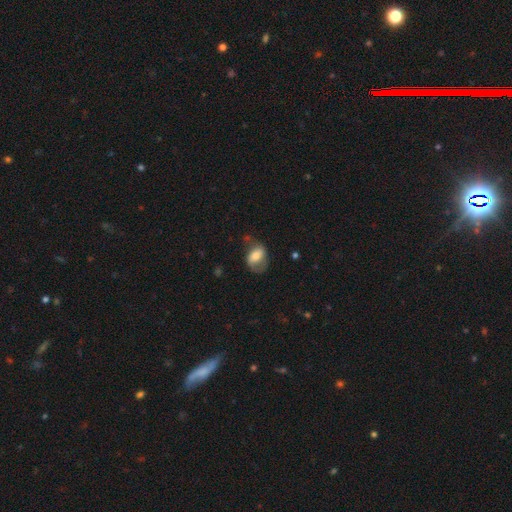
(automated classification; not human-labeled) Smooth or featured? Predicted: smooth (p=0.63). How rounded? Predicted: in between (p=0.79). Merging? Predicted: none (p=0.43).